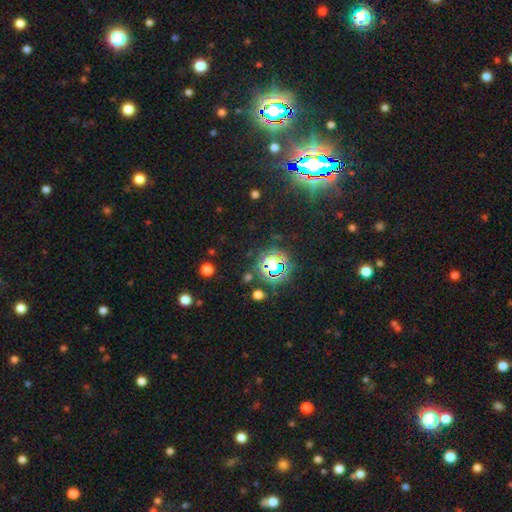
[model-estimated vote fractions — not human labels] Smooth or featured: star or artifact — 81% (smooth — 12%)